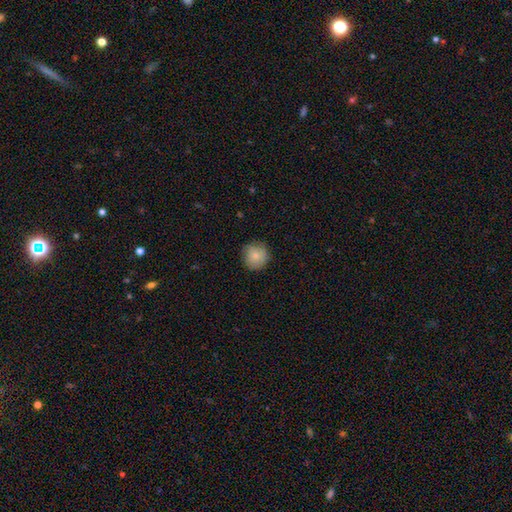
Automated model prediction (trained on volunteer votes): The model was most divided on "merging": none: 82%, minor disturbance: 14%, major disturbance: 3%, merger: 1%. More confident: how rounded — round (92%); smooth or featured — smooth (84%).